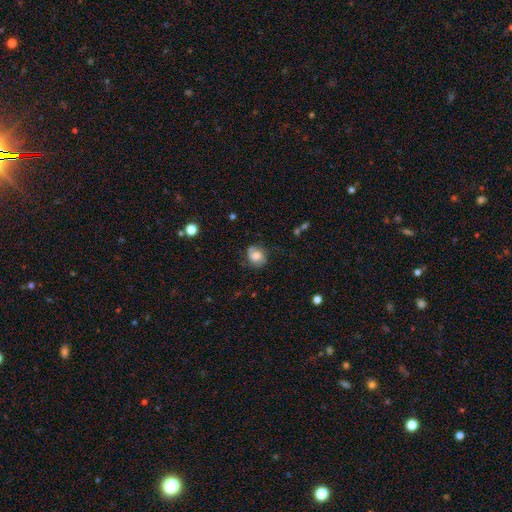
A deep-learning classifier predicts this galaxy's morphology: A smooth galaxy with no disk features (46%).

Vote fractions:
- Smooth or featured? smooth: 46% / featured or disk: 44% / star or artifact: 10%
- Merging? none: 70% / minor disturbance: 20% / major disturbance: 7% / merger: 3%